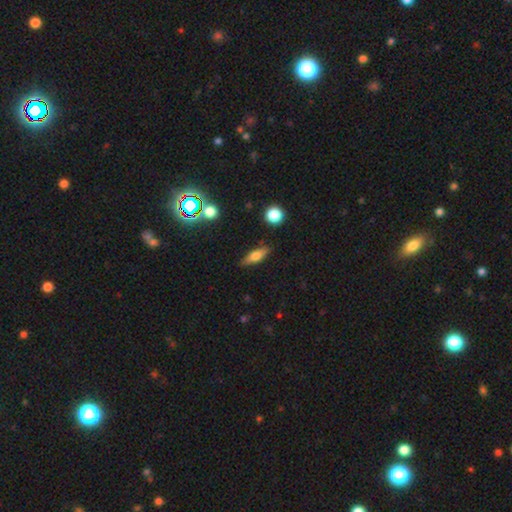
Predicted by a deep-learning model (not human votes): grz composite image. It shows a smooth galaxy with no disk features (57%) that is in between round and cigar-shaped (51%). Merging: none (84%).